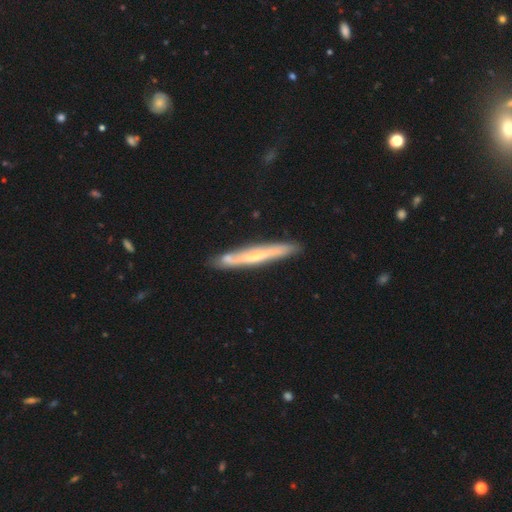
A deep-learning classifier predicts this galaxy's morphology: smooth_or_featured: featured or disk (p=0.58) [alt: smooth p=0.36]
disk_edge_on: yes (p=0.84) [alt: no p=0.16]
merging: none (p=0.81) [alt: minor disturbance p=0.13]